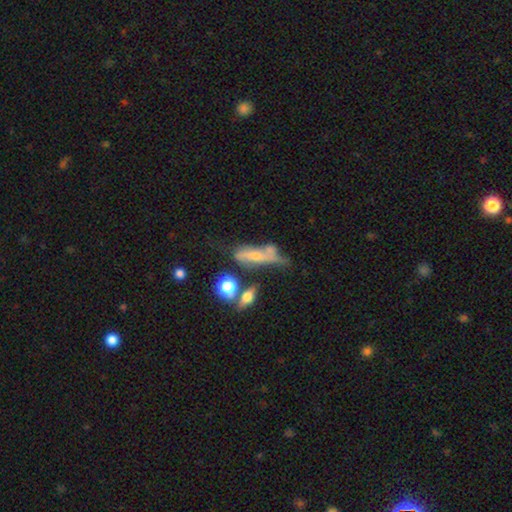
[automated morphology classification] featured or disk 48%, smooth 41%, star or artifact 11%. Down the decision tree: merging — none (32%).